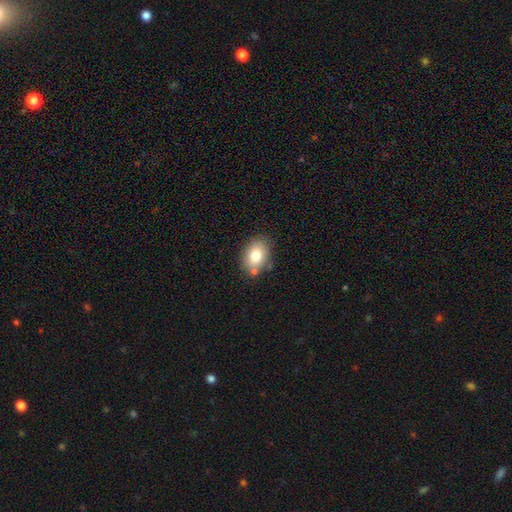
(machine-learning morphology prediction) smooth 79%, featured or disk 13%, star or artifact 9%. Down the decision tree: how rounded — in between (74%); merging — none (76%).